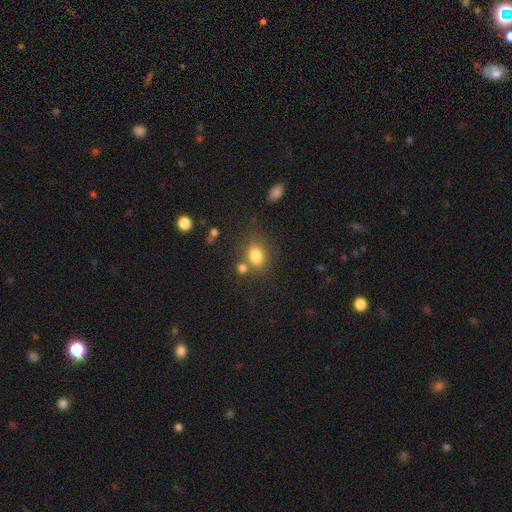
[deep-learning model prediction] Morphology: type=smooth (81%); roundness=in between (64%); merging=none (64%).